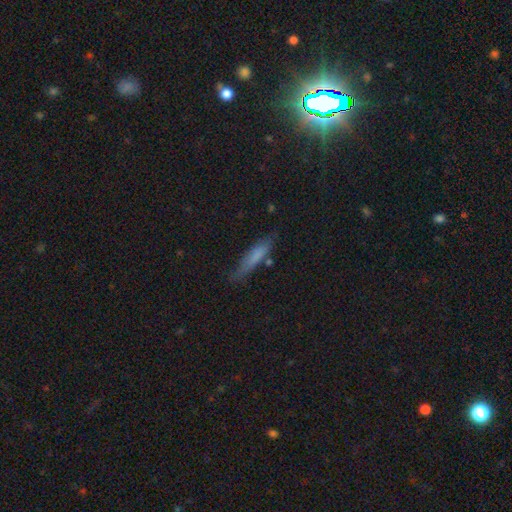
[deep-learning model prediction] Overall: smooth (70%). How rounded: cigar-shaped (82%). Merging: none (70%).